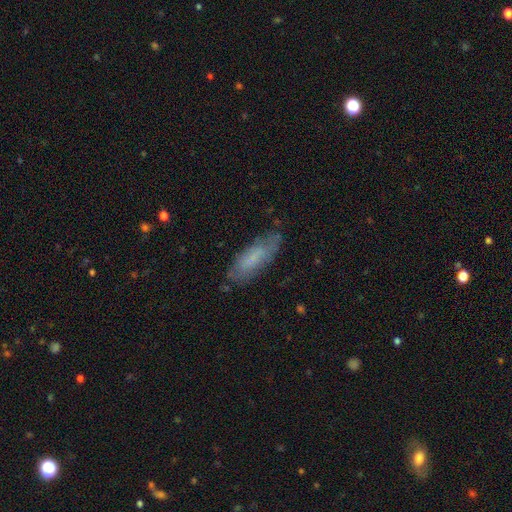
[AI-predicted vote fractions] A smooth galaxy with no disk features (61%) that is in between round and cigar-shaped (56%).

Vote fractions:
- Smooth or featured? smooth: 61% / featured or disk: 31% / star or artifact: 8%
- How rounded? in between: 56% / cigar-shaped: 42% / round: 2%
- Merging? none: 71% / minor disturbance: 21% / major disturbance: 6% / merger: 2%